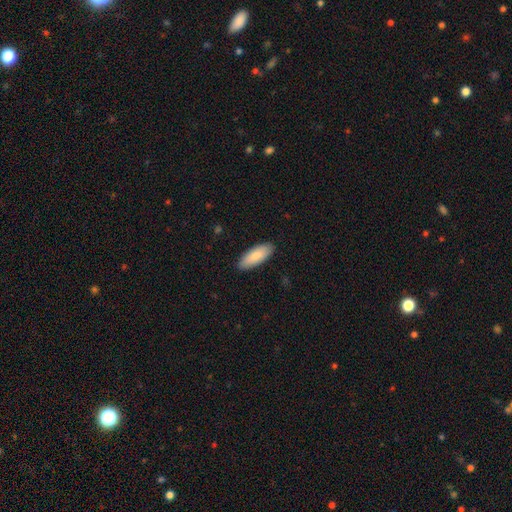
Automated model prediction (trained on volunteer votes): A smooth galaxy with no disk features (86%) that is in between round and cigar-shaped (73%).

Vote fractions:
- Smooth or featured? smooth: 86% / featured or disk: 9% / star or artifact: 5%
- How rounded? in between: 73% / cigar-shaped: 25% / round: 2%
- Merging? none: 89% / minor disturbance: 9% / major disturbance: 2% / merger: 1%